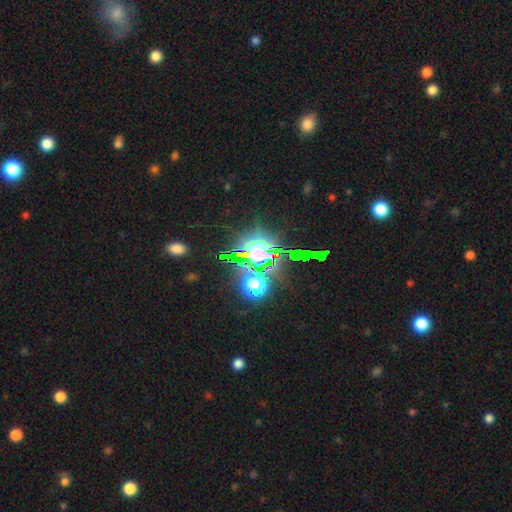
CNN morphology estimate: A star or artifact, not a galaxy (77%).